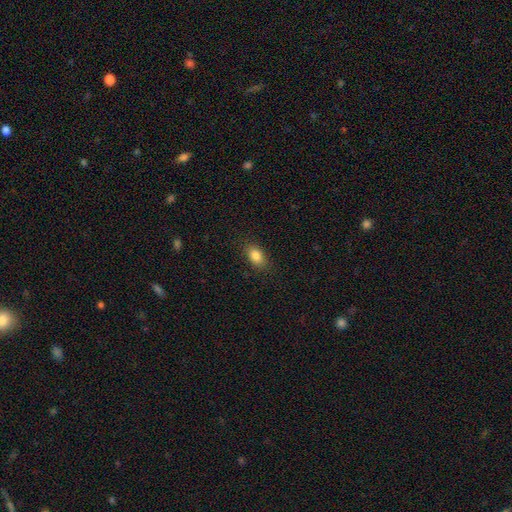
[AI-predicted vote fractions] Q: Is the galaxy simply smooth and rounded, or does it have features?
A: smooth — 86%.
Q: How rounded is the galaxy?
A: in between — 88%.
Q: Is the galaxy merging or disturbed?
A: none — 86%.